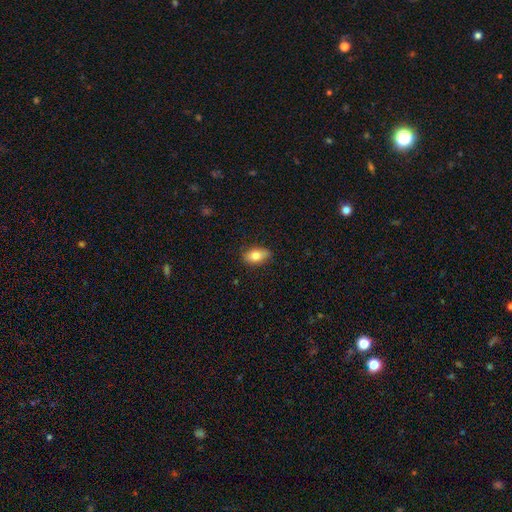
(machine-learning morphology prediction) Smooth or featured? Predicted: smooth (p=0.78). How rounded? Predicted: in between (p=0.88). Merging? Predicted: none (p=0.81).